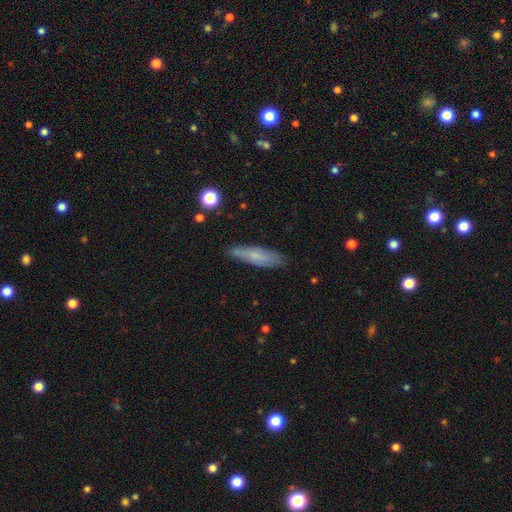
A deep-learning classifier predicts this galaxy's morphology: type=smooth (64%); roundness=cigar-shaped (72%); merging=none (82%).